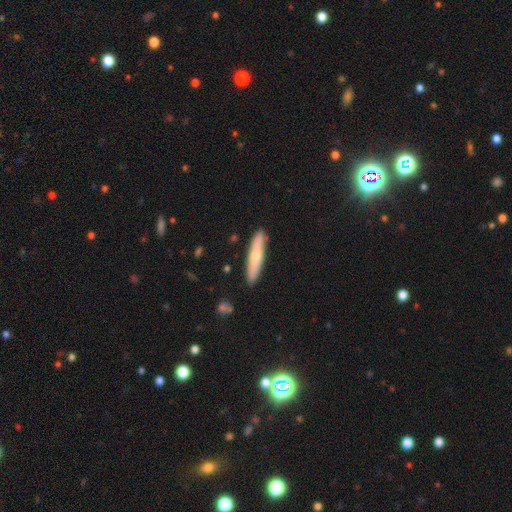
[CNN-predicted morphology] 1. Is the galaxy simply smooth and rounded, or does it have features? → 61% smooth, 34% featured or disk, 5% star or artifact.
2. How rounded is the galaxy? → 85% cigar-shaped, 13% in between, 2% round.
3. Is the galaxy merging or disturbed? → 89% none, 8% minor disturbance, 2% major disturbance, 1% merger.